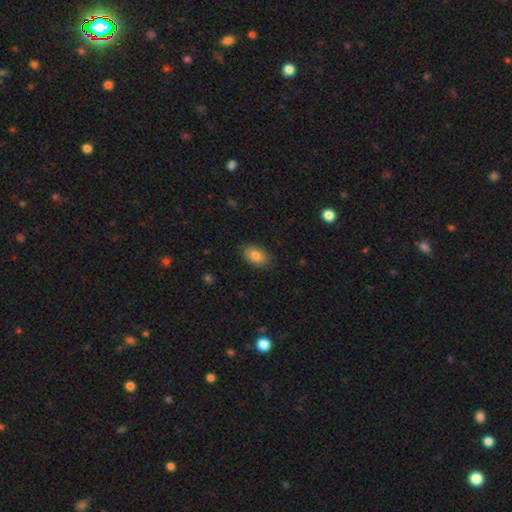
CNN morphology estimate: This is clearly a smooth galaxy (84%). How rounded: clearly in between (90%). Merging: clearly none (86%).